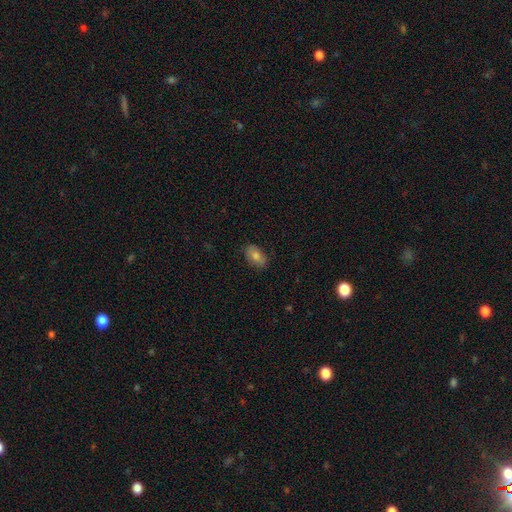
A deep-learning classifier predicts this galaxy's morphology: smooth_or_featured: smooth (p=0.73) [alt: featured or disk p=0.18]
how_rounded: in between (p=0.90) [alt: round p=0.08]
merging: none (p=0.84) [alt: minor disturbance p=0.12]